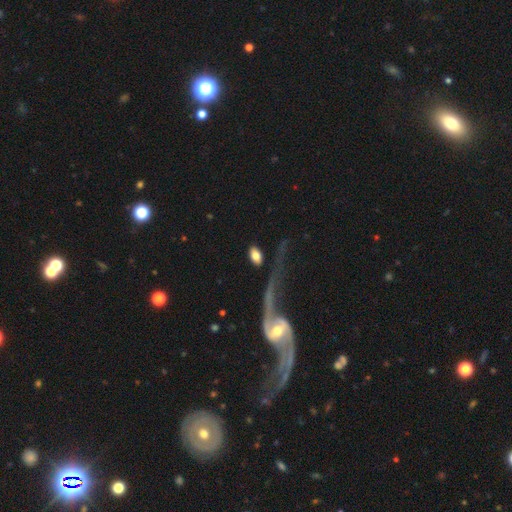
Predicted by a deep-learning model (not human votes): Smooth or featured? Predicted: smooth (p=0.77). How rounded? Predicted: in between (p=0.91). Merging? Predicted: none (p=0.59).